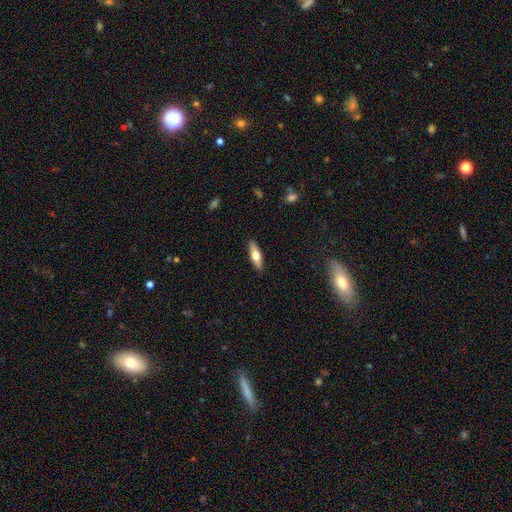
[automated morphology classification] Q: Smooth or featured?
A: smooth (58%); runner-up: featured or disk (36%)
Q: How rounded?
A: cigar-shaped (52%); runner-up: in between (45%)
Q: Merging?
A: none (90%); runner-up: minor disturbance (7%)